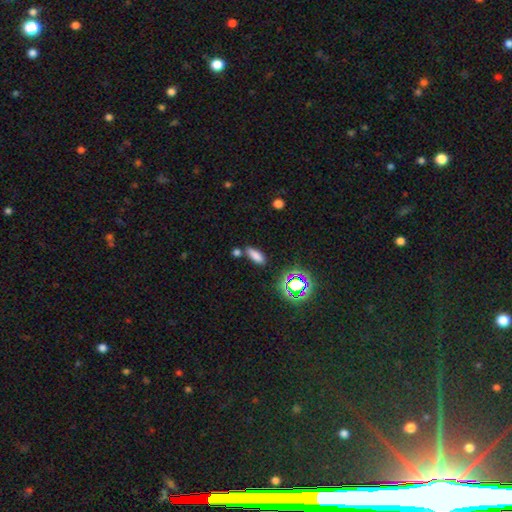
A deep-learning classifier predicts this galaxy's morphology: Q: Smooth or featured?
A: smooth (76%); runner-up: star or artifact (17%)
Q: How rounded?
A: in between (67%); runner-up: cigar-shaped (29%)
Q: Merging?
A: none (73%); runner-up: minor disturbance (12%)